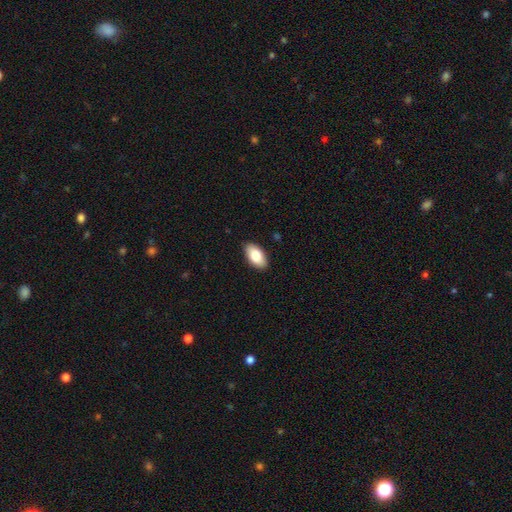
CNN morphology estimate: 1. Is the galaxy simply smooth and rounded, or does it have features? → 83% smooth, 11% featured or disk, 6% star or artifact.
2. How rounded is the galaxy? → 95% in between, 3% round, 3% cigar-shaped.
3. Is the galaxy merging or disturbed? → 89% none, 9% minor disturbance, 2% major disturbance, 1% merger.